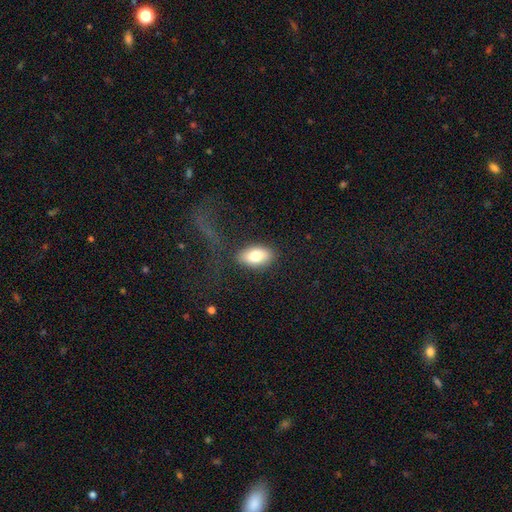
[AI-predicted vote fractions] Q: Smooth or featured?
A: smooth (79%); runner-up: featured or disk (14%)
Q: How rounded?
A: in between (90%); runner-up: round (7%)
Q: Merging?
A: none (80%); runner-up: minor disturbance (11%)